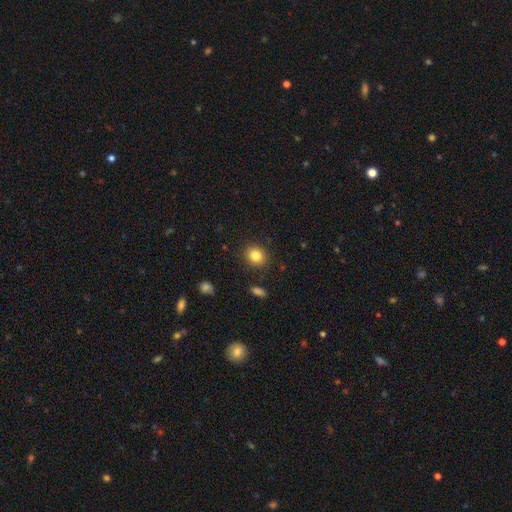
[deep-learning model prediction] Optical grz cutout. It shows a smooth galaxy with no disk features (83%) that is round (74%). Merging: none (89%).